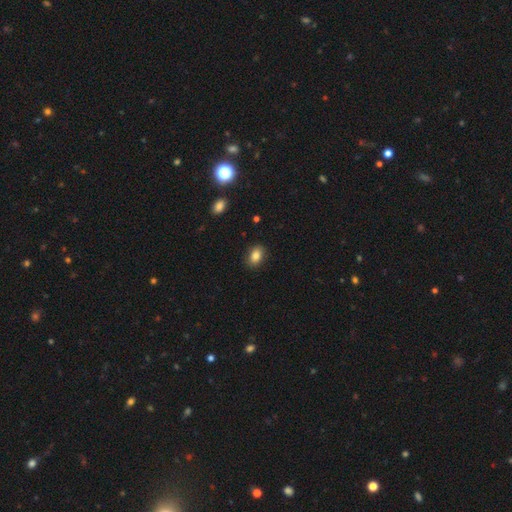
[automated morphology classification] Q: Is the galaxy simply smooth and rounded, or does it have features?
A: smooth — 84%.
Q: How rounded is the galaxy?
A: in between — 82%.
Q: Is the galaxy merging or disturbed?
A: none — 87%.